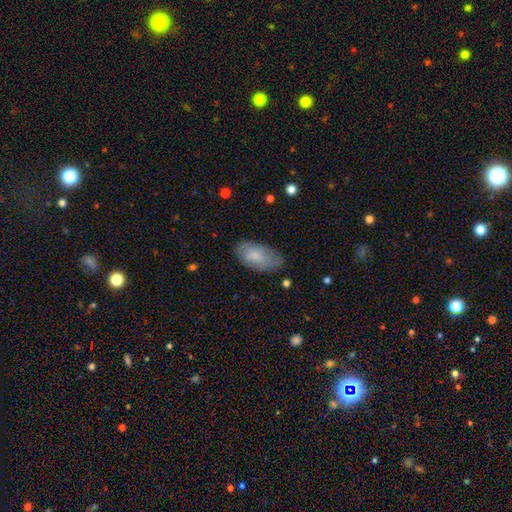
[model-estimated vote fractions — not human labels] This appears to be a smooth galaxy with no disk features (75%) that is in between round and cigar-shaped (94%). Merging: none (71%).